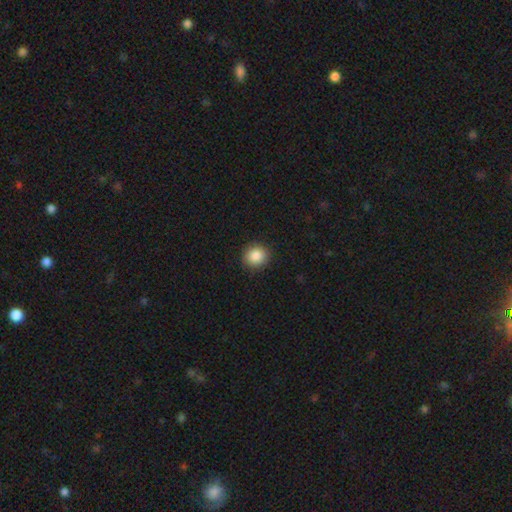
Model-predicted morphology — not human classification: This appears to be a smooth galaxy with no disk features (87%) that is round (85%). Merging: none (90%).